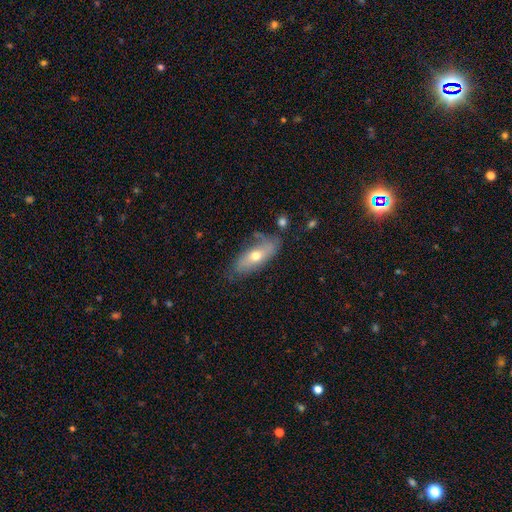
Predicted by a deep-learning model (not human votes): Morphology: type=smooth (50%); merging=none (63%).